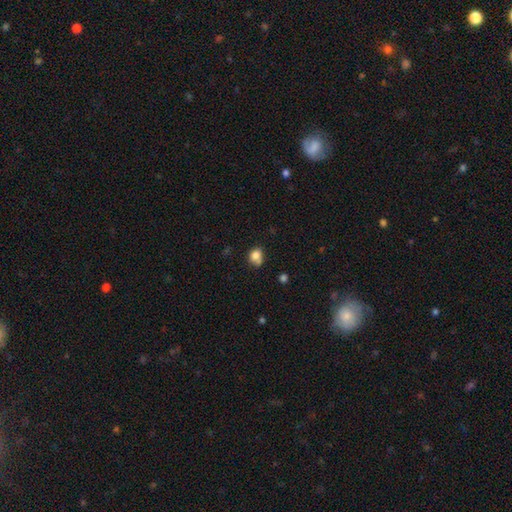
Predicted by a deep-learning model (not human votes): This appears to be a smooth galaxy with no disk features (79%) that is round (60%). Merging: none (49%).